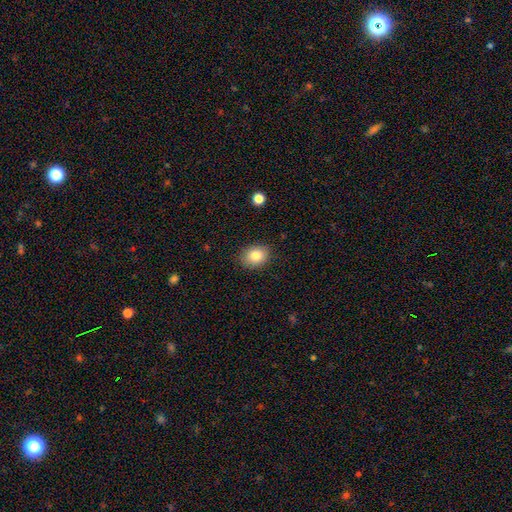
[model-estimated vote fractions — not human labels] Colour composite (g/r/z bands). It shows a smooth galaxy with no disk features (83%) that is in between round and cigar-shaped (53%). Merging: none (86%).